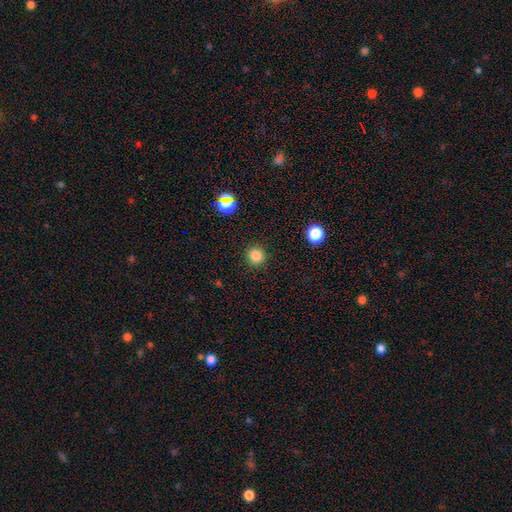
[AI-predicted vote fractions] This is clearly a smooth galaxy (83%). How rounded: clearly round (93%). Merging: clearly none (91%).